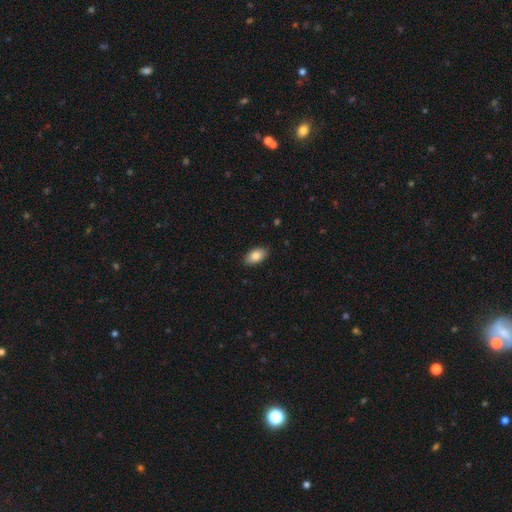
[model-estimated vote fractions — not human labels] A smooth galaxy with no disk features (84%) that is in between round and cigar-shaped (94%). Merging: none (88%).